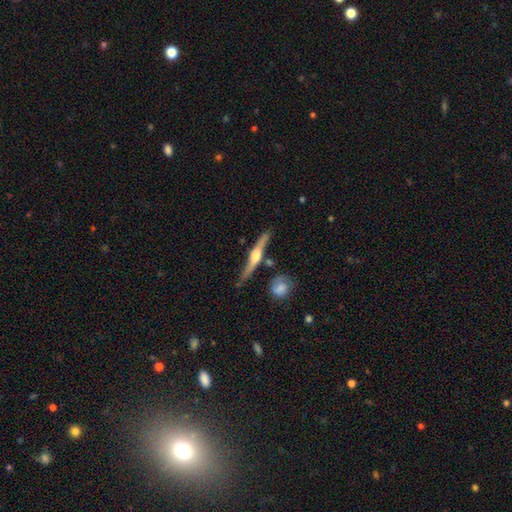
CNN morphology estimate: A featured or disk galaxy (75%) viewed edge-on (95%) with a rounded central bulge (92%).

Vote fractions:
- Smooth or featured? featured or disk: 75% / smooth: 20% / star or artifact: 5%
- Edge-on disk? yes: 95% / no: 5%
- Edge-on bulge? rounded: 92% / boxy: 5% / none: 3%
- Merging? none: 73% / minor disturbance: 17% / merger: 6% / major disturbance: 4%